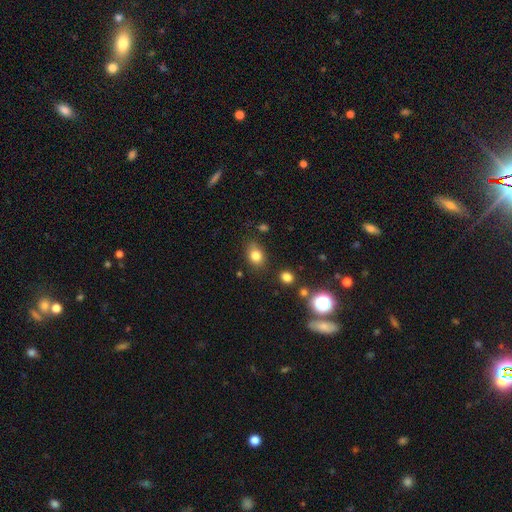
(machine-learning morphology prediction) A smooth galaxy with no disk features (81%) that is in between round and cigar-shaped (53%).

Vote fractions:
- Smooth or featured? smooth: 81% / star or artifact: 12% / featured or disk: 7%
- How rounded? in between: 53% / round: 46% / cigar-shaped: 1%
- Merging? none: 75% / minor disturbance: 17% / major disturbance: 4% / merger: 4%